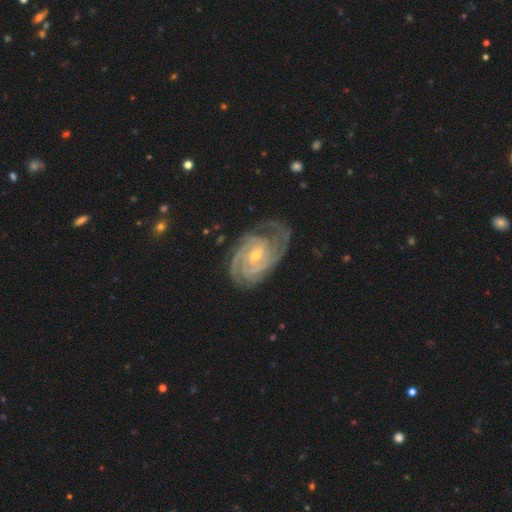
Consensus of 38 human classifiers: Q: Smooth or featured?
A: featured or disk (92%); runner-up: smooth (5%)
Q: Edge-on disk?
A: no (100%)
Q: Bar?
A: no (49%); runner-up: weak (40%)
Q: Spiral arms?
A: yes (97%); runner-up: no (3%)
Q: Spiral winding?
A: tight (82%); runner-up: medium (18%)
Q: Spiral arm count?
A: 2 (32%); runner-up: can't tell (26%)
Q: Bulge size?
A: moderate (49%); runner-up: small (43%)
Q: Merging?
A: none (78%); runner-up: minor disturbance (22%)